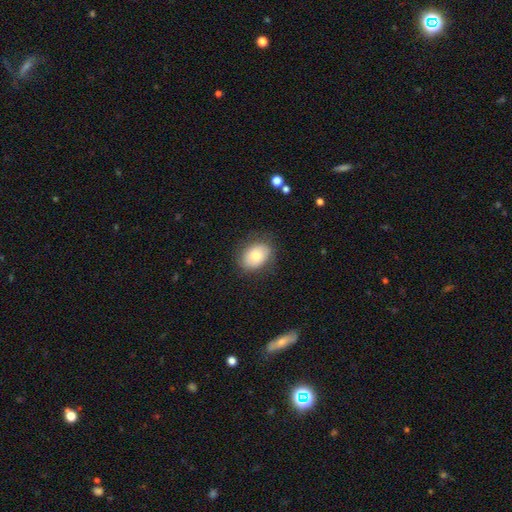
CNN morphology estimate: This appears to be a smooth galaxy with no disk features (76%) that is in between round and cigar-shaped (72%). Merging: none (80%).